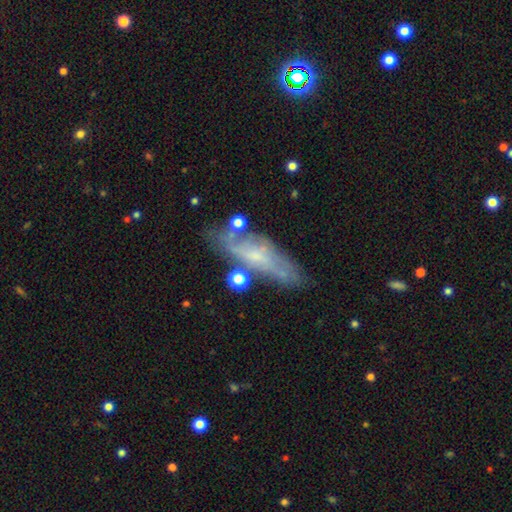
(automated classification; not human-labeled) Morphology: type=featured or disk (56%); edge-on=no (61%); merging=none (62%).